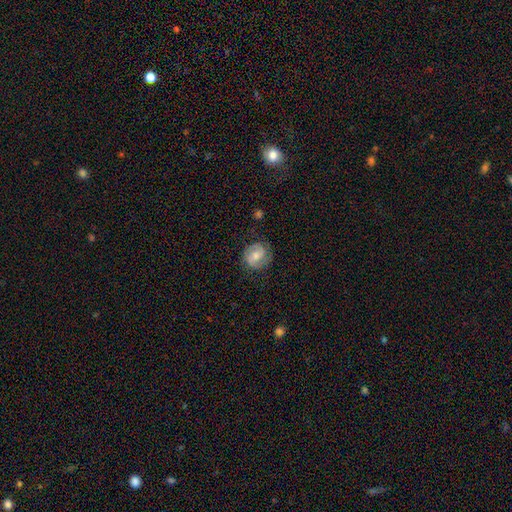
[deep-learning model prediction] Overall: featured or disk (57%; smooth 36%). Edge-on disk: no (98%). Bar: weak (45%; no 42%). Spiral arms: yes (88%). Bulge size: moderate (56%; small 33%). Merging: none (76%).